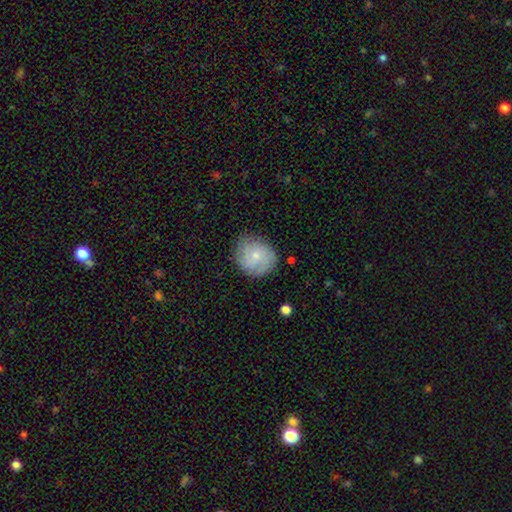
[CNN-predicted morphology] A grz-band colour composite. It shows a smooth galaxy with no disk features (54%) that is round (84%). Merging: none (76%).